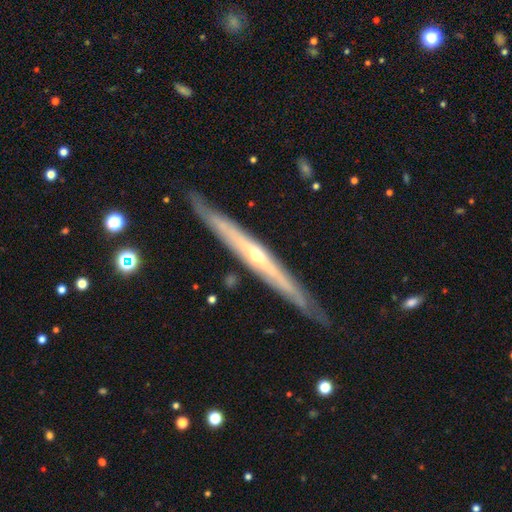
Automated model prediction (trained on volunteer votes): smooth-or-featured: featured or disk: 80% | smooth: 15% | star or artifact: 6%
  disk-edge-on: yes: 93% | no: 7%
    edge-on-bulge: rounded: 63% | none: 34% | boxy: 3%
  merging: none: 85% | minor disturbance: 12% | major disturbance: 2% | merger: 1%